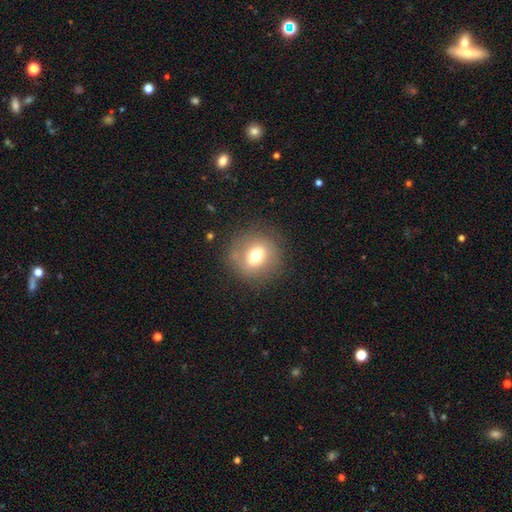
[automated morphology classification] smooth 62%, featured or disk 27%, star or artifact 11%. Down the decision tree: how rounded — round (82%); merging — none (80%).